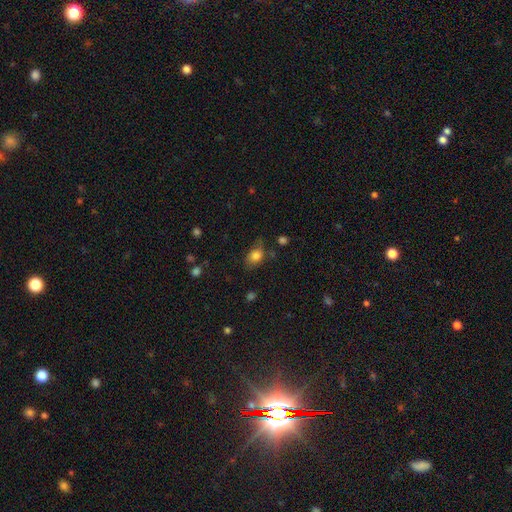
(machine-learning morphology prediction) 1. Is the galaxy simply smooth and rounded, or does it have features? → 81% smooth, 10% star or artifact, 9% featured or disk.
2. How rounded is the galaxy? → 71% in between, 27% round, 2% cigar-shaped.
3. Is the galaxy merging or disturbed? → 61% none, 28% minor disturbance, 9% major disturbance, 3% merger.